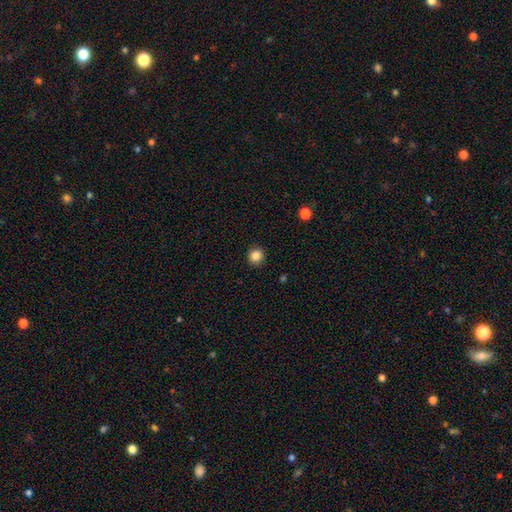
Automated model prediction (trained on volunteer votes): Smooth or featured?
  - smooth: 85% *
  - star or artifact: 11%
  - featured or disk: 4%
How rounded?
  - round: 93% *
  - in between: 6%
  - cigar-shaped: 1%
Merging?
  - none: 92% *
  - minor disturbance: 5%
  - major disturbance: 2%
  - merger: 1%